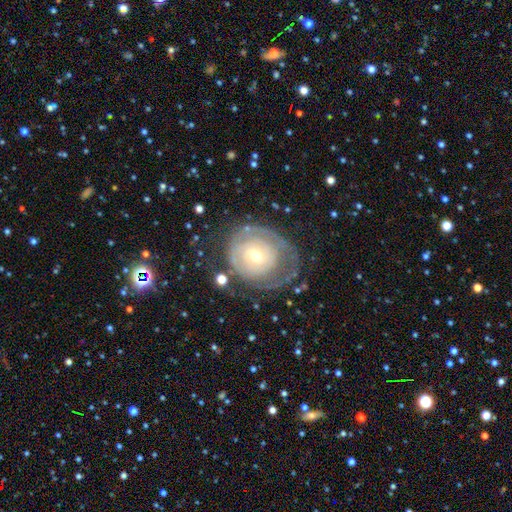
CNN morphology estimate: This is likely a featured or disk galaxy (66%). It is clearly not viewed edge-on (96%). Bar: likely no (79%). Spiral arm pattern: possibly yes (58%). Central bulge: possibly small (54%). Merging: possibly none (55%).